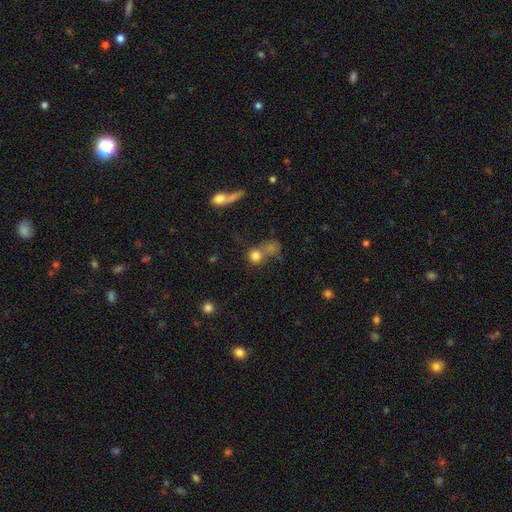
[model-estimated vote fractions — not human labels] Smooth or featured? smooth (77%)
How rounded? round (82%)
Merging? merger (43%)